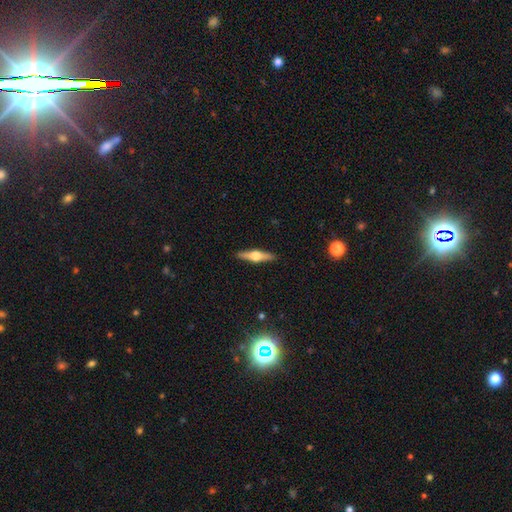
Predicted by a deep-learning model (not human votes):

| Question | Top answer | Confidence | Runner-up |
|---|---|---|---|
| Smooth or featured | featured or disk | 69% | smooth (25%) |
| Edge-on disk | yes | 97% | no (3%) |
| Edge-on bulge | rounded | 95% | boxy (3%) |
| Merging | none | 91% | minor disturbance (6%) |